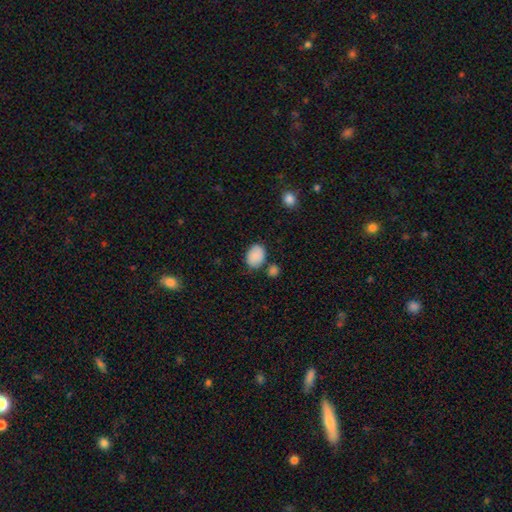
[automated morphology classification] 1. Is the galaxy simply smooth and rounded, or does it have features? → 87% smooth, 8% star or artifact, 5% featured or disk.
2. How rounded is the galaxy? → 73% in between, 26% round, 1% cigar-shaped.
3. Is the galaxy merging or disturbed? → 70% none, 17% minor disturbance, 10% merger, 4% major disturbance.